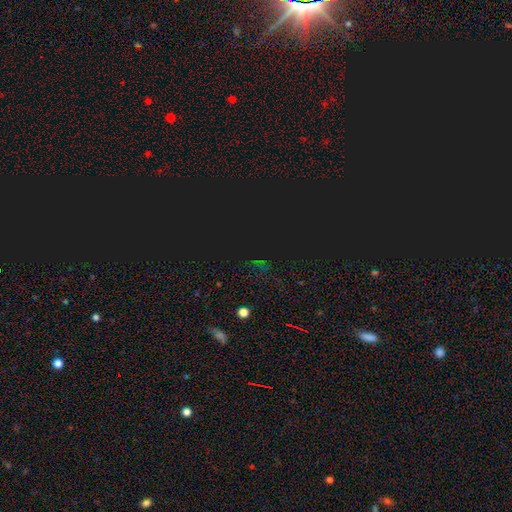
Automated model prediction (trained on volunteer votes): The model was most divided on "smooth or featured": star or artifact: 80%, smooth: 14%, featured or disk: 6%.